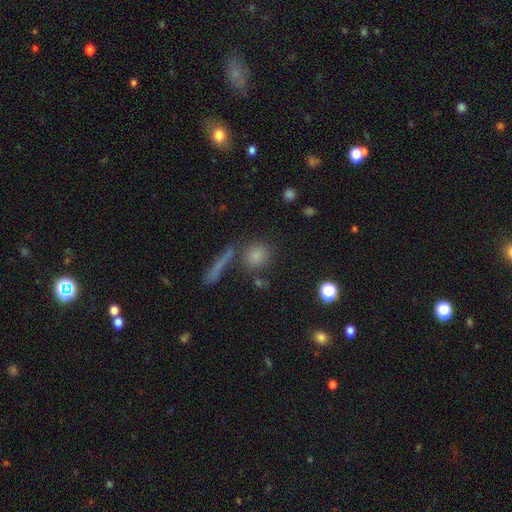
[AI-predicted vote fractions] Overall: smooth (77%). How rounded: round (81%). Merging: none (74%).